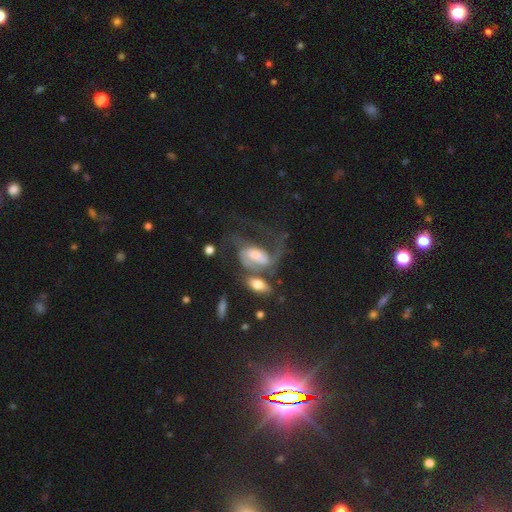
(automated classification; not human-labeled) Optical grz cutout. It shows a featured or disk galaxy (71%) with a weak bar (41%), 2 (54%) medium (42%) spiral arms (87%) and a large central bulge (33%). Merging: major disturbance (36%).